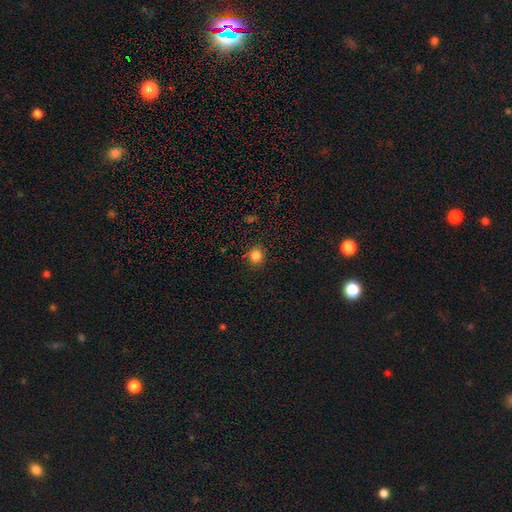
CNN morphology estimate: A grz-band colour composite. It shows a smooth galaxy with no disk features (83%) that is round (90%). Merging: none (90%).